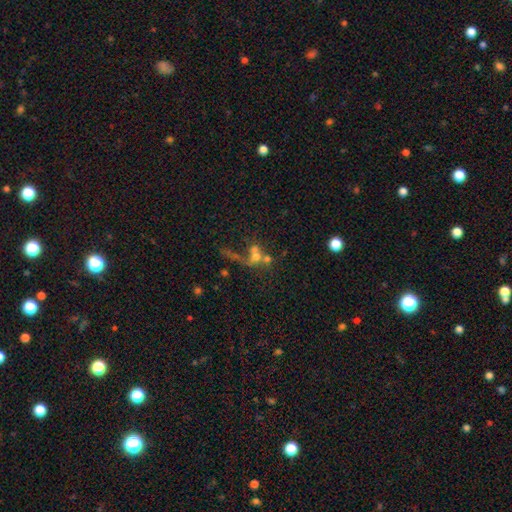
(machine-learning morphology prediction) Overall: smooth (40%; featured or disk 39%). Merging: merger (52%; major disturbance 21%).